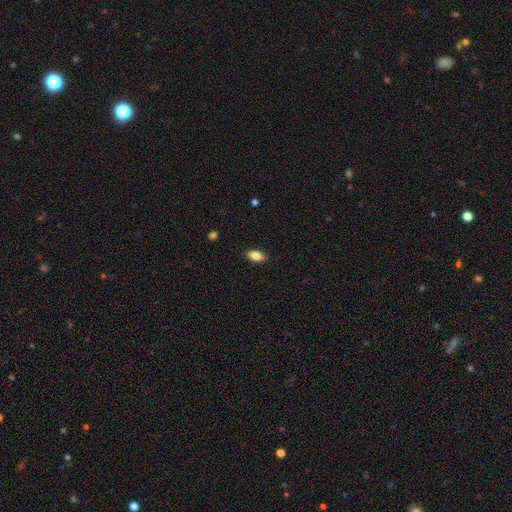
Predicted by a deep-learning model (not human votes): Smooth or featured? Predicted: smooth (p=0.81). How rounded? Predicted: in between (p=0.87). Merging? Predicted: none (p=0.88).